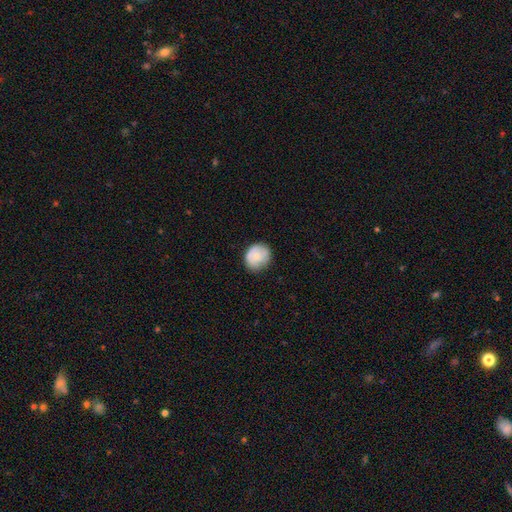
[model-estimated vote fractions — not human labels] A smooth galaxy with no disk features (66%) that is round (77%). Merging: none (74%).